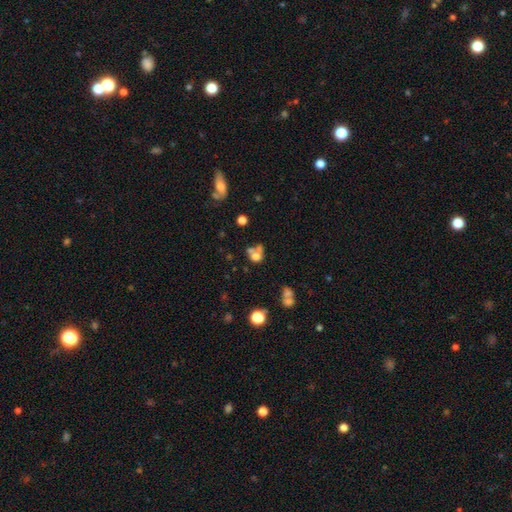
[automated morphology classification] This appears to be a smooth galaxy with no disk features (64%) that is round (67%). Merging: merger (52%).